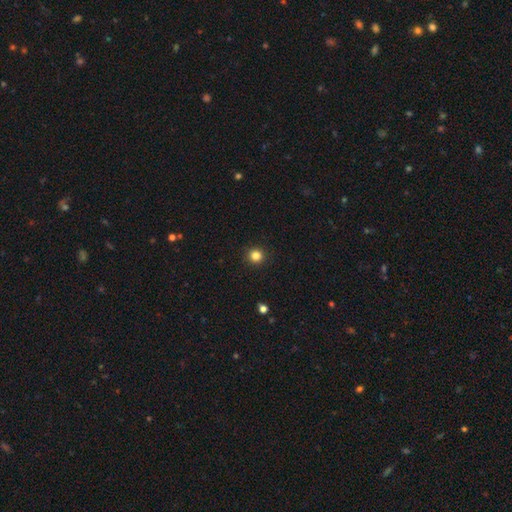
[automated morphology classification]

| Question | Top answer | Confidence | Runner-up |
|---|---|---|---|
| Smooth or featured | smooth | 84% | star or artifact (12%) |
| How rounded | round | 94% | in between (5%) |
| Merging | none | 93% | minor disturbance (5%) |